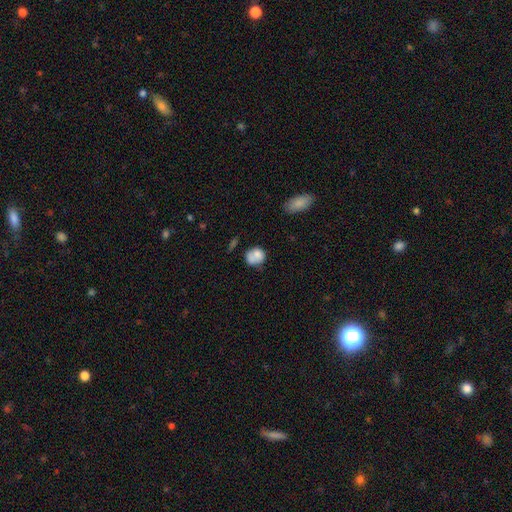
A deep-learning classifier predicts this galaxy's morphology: A smooth galaxy with no disk features (74%) that is round (63%).

Vote fractions:
- Smooth or featured? smooth: 74% / featured or disk: 17% / star or artifact: 9%
- How rounded? round: 63% / in between: 36% / cigar-shaped: 1%
- Merging? none: 46% / minor disturbance: 26% / merger: 16% / major disturbance: 12%